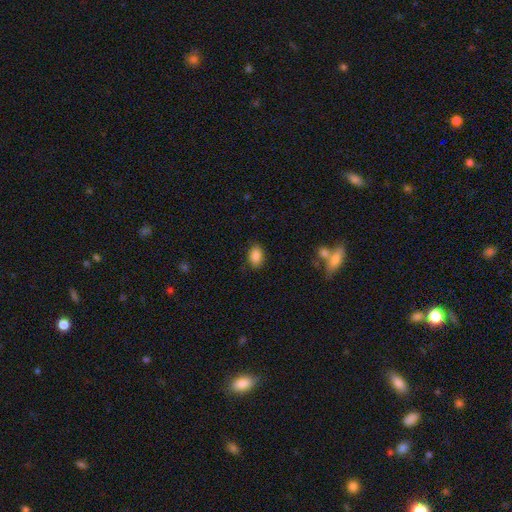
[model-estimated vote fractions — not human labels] Morphology: type=smooth (87%); roundness=in between (86%); merging=none (86%).